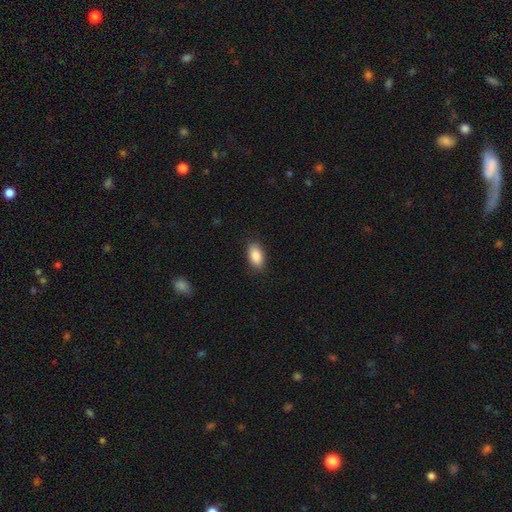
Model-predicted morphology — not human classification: A smooth galaxy with no disk features (88%) that is in between round and cigar-shaped (92%).

Vote fractions:
- Smooth or featured? smooth: 88% / star or artifact: 7% / featured or disk: 5%
- How rounded? in between: 92% / round: 5% / cigar-shaped: 3%
- Merging? none: 87% / minor disturbance: 10% / major disturbance: 2% / merger: 1%